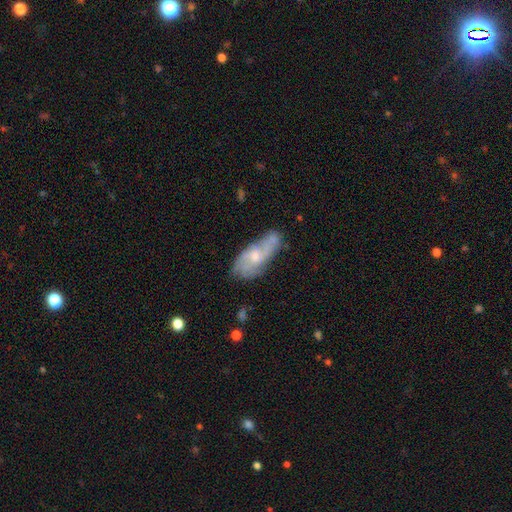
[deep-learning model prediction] smooth_or_featured: featured or disk (p=0.57) [alt: smooth p=0.36]
disk_edge_on: no (p=0.88) [alt: yes p=0.12]
bar: no (p=0.65) [alt: weak p=0.30]
has_spiral_arms: yes (p=0.69) [alt: no p=0.31]
bulge_size: moderate (p=0.48) [alt: small p=0.39]
merging: none (p=0.49) [alt: minor disturbance p=0.30]